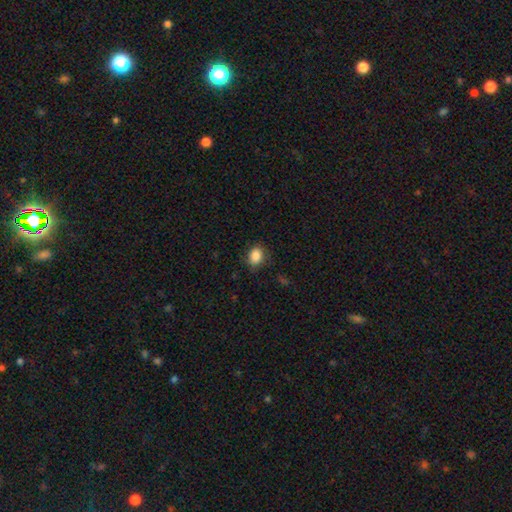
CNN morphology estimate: The model was most divided on "how rounded": in between: 60%, round: 39%, cigar-shaped: 1%. More confident: smooth or featured — smooth (86%); merging — none (79%).